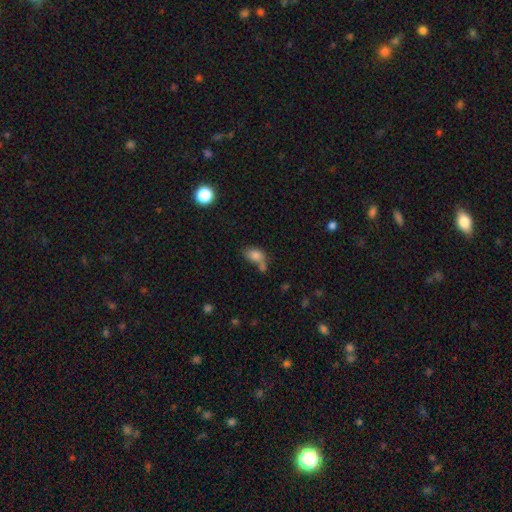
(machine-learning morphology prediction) smooth 78%, featured or disk 11%, star or artifact 11%. Down the decision tree: how rounded — in between (82%); merging — merger (37%).